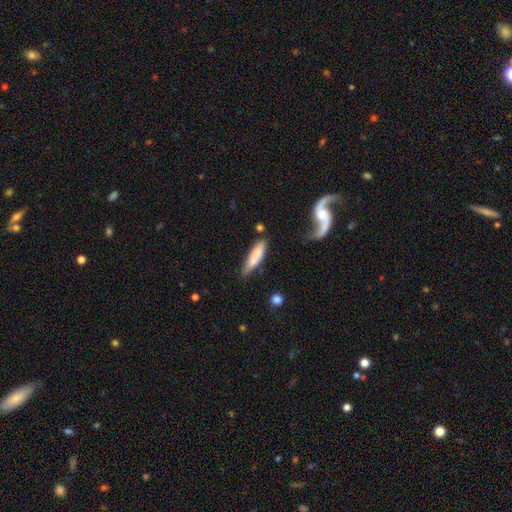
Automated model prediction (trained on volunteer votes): smooth 72%, featured or disk 22%, star or artifact 6%. Down the decision tree: how rounded — cigar-shaped (67%); merging — none (59%).